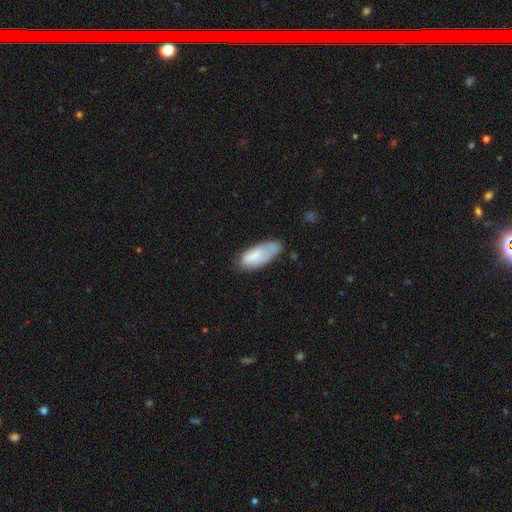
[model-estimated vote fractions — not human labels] smooth 74%, featured or disk 20%, star or artifact 7%. Down the decision tree: how rounded — in between (82%); merging — none (47%).